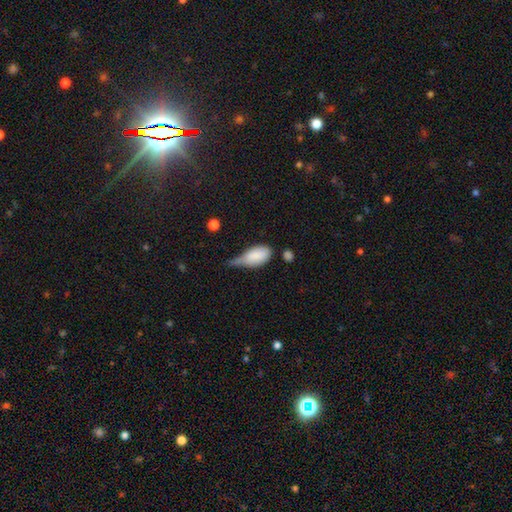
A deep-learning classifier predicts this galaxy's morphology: A smooth galaxy with no disk features (83%) that is in between round and cigar-shaped (92%).

Vote fractions:
- Smooth or featured? smooth: 83% / featured or disk: 11% / star or artifact: 7%
- How rounded? in between: 92% / cigar-shaped: 4% / round: 4%
- Merging? minor disturbance: 47% / major disturbance: 27% / none: 17% / merger: 8%